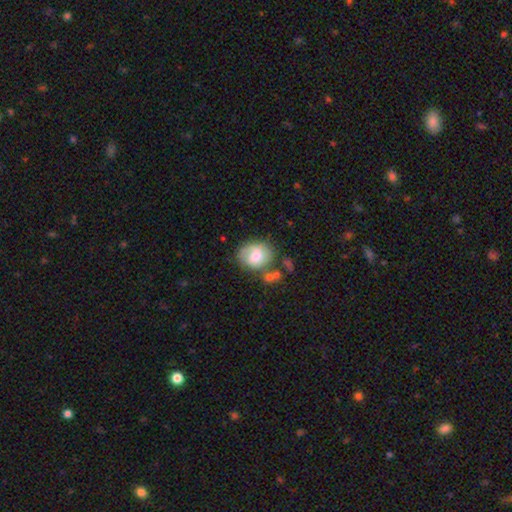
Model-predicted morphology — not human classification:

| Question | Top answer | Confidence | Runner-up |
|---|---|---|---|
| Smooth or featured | smooth | 60% | featured or disk (33%) |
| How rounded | round | 54% | in between (45%) |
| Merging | none | 55% | minor disturbance (24%) |